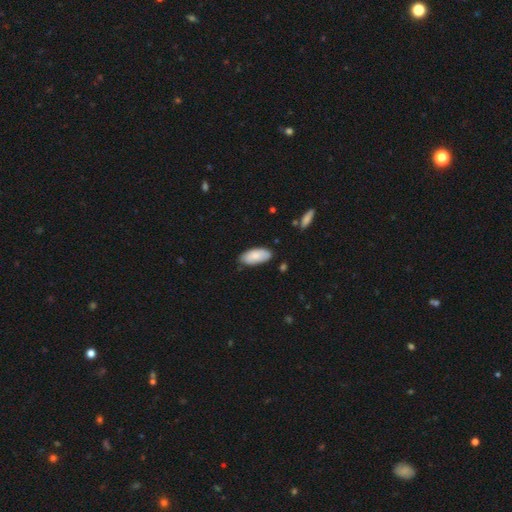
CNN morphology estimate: This appears to be a smooth galaxy with no disk features (83%) that is in between round and cigar-shaped (92%). Merging: none (80%).